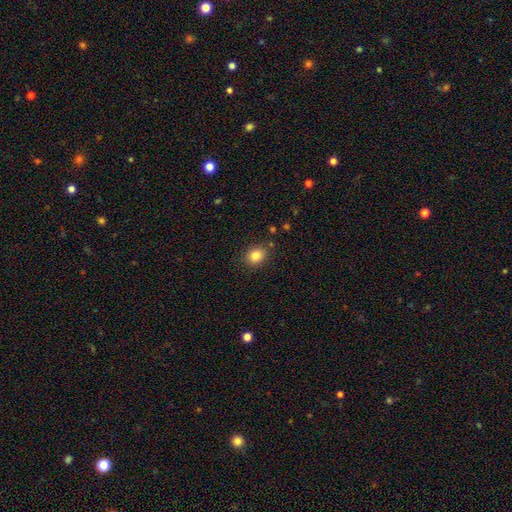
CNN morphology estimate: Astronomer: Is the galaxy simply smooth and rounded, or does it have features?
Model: smooth — 84%.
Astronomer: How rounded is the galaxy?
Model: round — 61% (runner-up: in between, 38%).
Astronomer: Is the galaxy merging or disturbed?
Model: none — 86%.